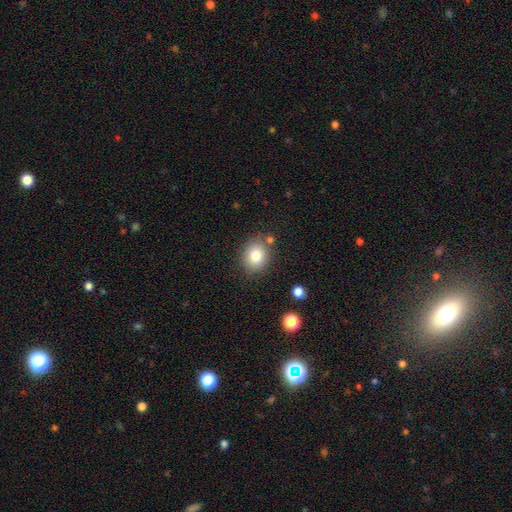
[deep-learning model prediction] Q: Smooth or featured?
A: smooth (81%); runner-up: star or artifact (10%)
Q: How rounded?
A: round (61%); runner-up: in between (38%)
Q: Merging?
A: none (80%); runner-up: minor disturbance (11%)